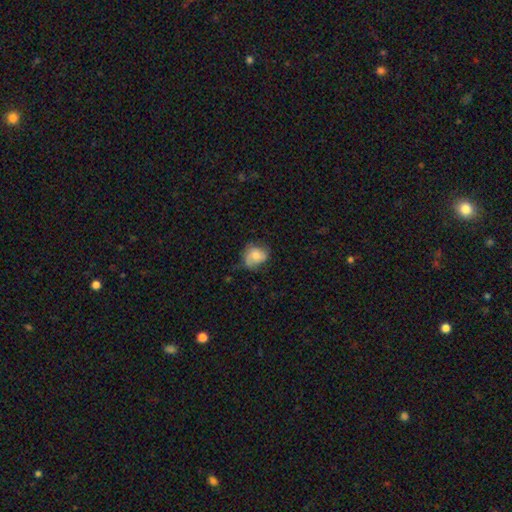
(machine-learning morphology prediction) type=smooth (68%); roundness=round (57%); merging=none (49%).